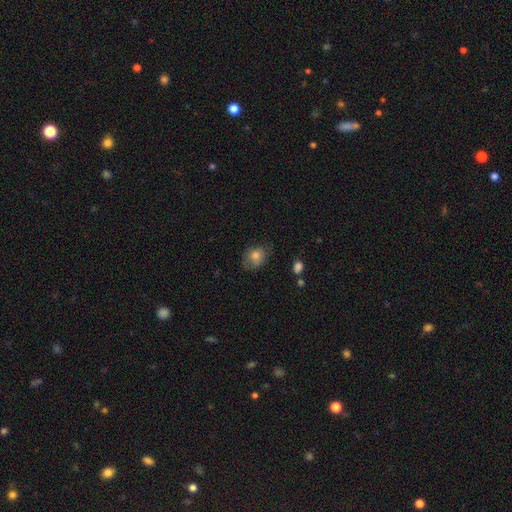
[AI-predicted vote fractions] A smooth galaxy with no disk features (77%) that is round (50%).

Vote fractions:
- Smooth or featured? smooth: 77% / featured or disk: 14% / star or artifact: 9%
- How rounded? round: 50% / in between: 49% / cigar-shaped: 1%
- Merging? none: 57% / minor disturbance: 29% / major disturbance: 12% / merger: 2%